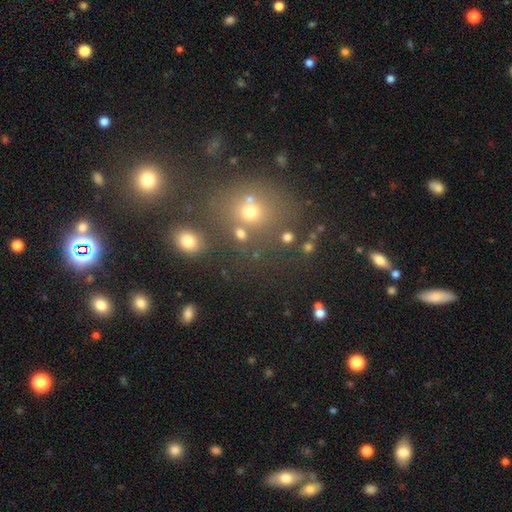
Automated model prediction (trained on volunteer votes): smooth-or-featured: smooth: 47% | star or artifact: 40% | featured or disk: 13%
  merging: none: 67% | merger: 17% | minor disturbance: 10% | major disturbance: 6%